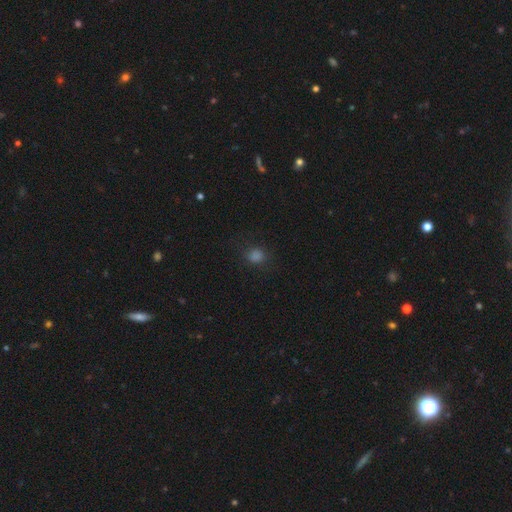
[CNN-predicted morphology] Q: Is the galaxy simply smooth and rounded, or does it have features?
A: smooth — 75%.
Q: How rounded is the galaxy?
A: round — 78%.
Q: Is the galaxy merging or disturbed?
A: none — 83%.